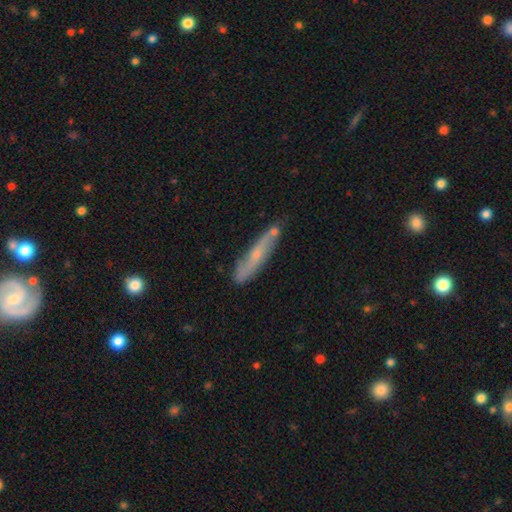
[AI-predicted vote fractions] The model was most divided on "smooth or featured": featured or disk: 53%, smooth: 40%, star or artifact: 7%. More confident: merging — none (66%); edge-on disk — yes (59%).